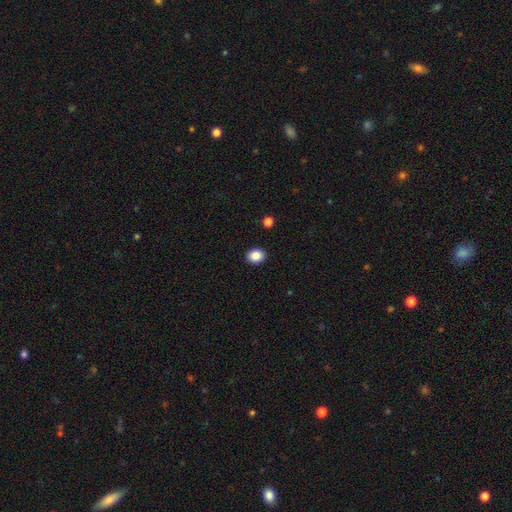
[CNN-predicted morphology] smooth 87%, star or artifact 9%, featured or disk 4%. Down the decision tree: how rounded — round (51%); merging — none (91%).